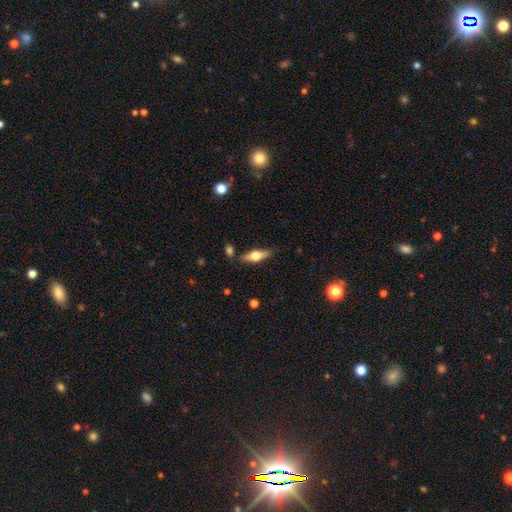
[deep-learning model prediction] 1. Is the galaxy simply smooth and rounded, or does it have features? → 54% featured or disk, 39% smooth, 7% star or artifact.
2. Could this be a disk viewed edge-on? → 92% yes, 8% no.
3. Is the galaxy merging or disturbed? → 80% none, 12% minor disturbance, 4% merger, 3% major disturbance.